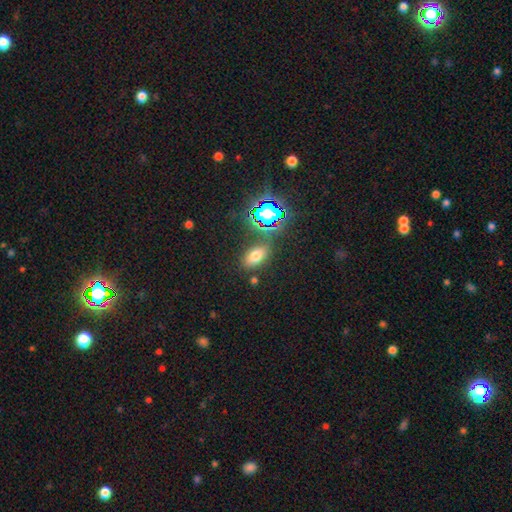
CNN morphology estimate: Smooth or featured: smooth — 66% (star or artifact — 24%)
How rounded: in between — 85% (round — 9%)
Merging: none — 79% (minor disturbance — 11%)